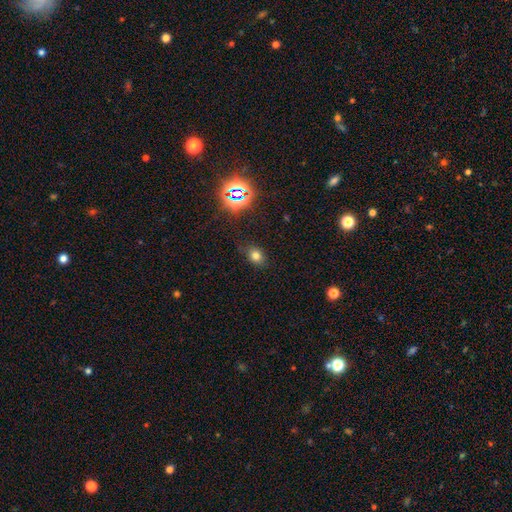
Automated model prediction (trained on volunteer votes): This appears to be a smooth galaxy with no disk features (71%) that is in between round and cigar-shaped (54%). Merging: none (79%).